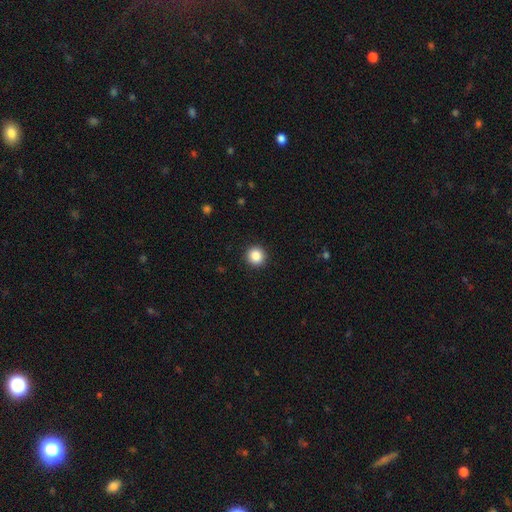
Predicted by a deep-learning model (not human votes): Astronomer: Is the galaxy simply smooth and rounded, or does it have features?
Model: smooth — 87%.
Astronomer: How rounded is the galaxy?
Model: round — 94%.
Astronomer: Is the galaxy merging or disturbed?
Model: none — 93%.